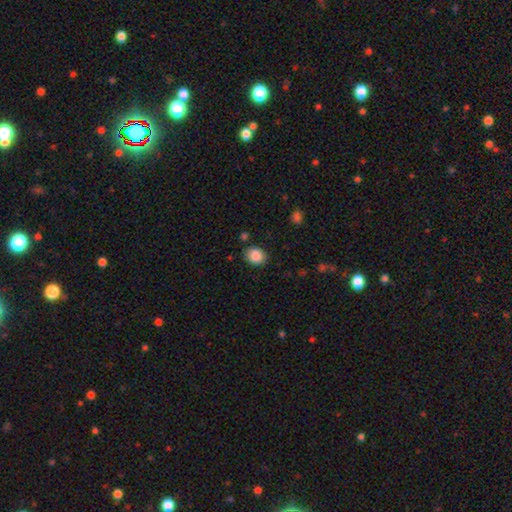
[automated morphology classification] Q: Smooth or featured?
A: smooth (87%); runner-up: star or artifact (9%)
Q: How rounded?
A: round (56%); runner-up: in between (43%)
Q: Merging?
A: none (83%); runner-up: minor disturbance (12%)